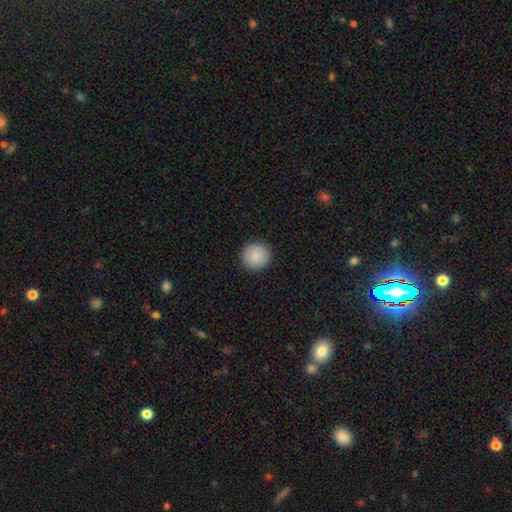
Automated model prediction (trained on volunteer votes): Smooth or featured?
  - smooth: 87% *
  - star or artifact: 7%
  - featured or disk: 5%
How rounded?
  - round: 93% *
  - in between: 6%
  - cigar-shaped: 1%
Merging?
  - none: 92% *
  - minor disturbance: 6%
  - major disturbance: 2%
  - merger: 1%